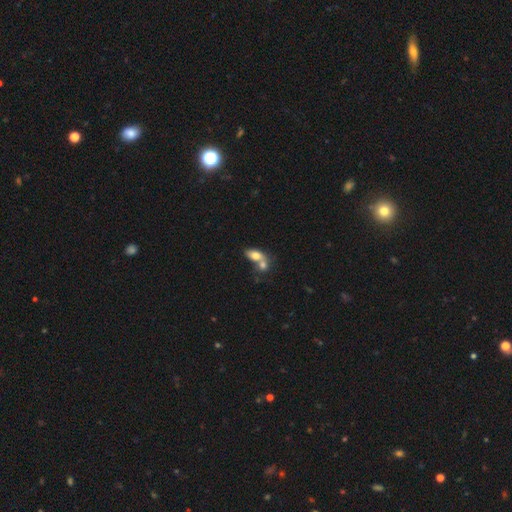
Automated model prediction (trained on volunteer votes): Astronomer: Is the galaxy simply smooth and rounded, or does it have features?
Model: smooth — 74%.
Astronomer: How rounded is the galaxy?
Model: in between — 82%.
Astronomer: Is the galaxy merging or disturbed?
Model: merger — 66%.